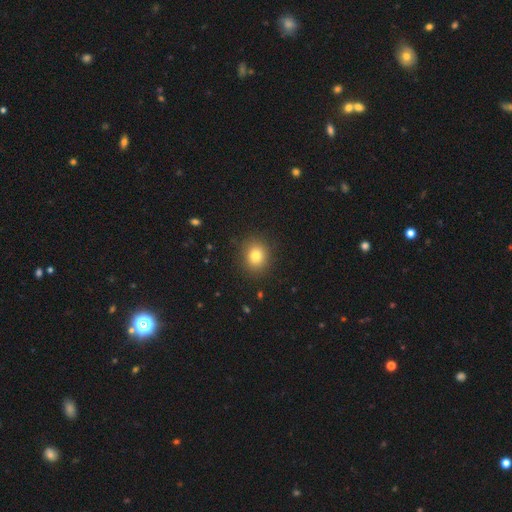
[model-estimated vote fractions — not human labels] Smooth or featured?
  - smooth: 80% *
  - star or artifact: 12%
  - featured or disk: 8%
How rounded?
  - round: 73% *
  - in between: 26%
  - cigar-shaped: 1%
Merging?
  - none: 88% *
  - minor disturbance: 8%
  - major disturbance: 3%
  - merger: 1%